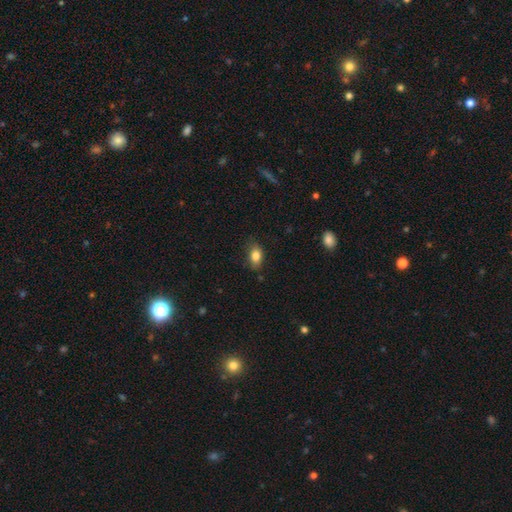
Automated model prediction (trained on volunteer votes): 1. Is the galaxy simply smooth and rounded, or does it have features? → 84% smooth, 9% star or artifact, 7% featured or disk.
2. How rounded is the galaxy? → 84% in between, 13% round, 2% cigar-shaped.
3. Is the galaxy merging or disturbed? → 78% none, 17% minor disturbance, 3% major disturbance, 1% merger.